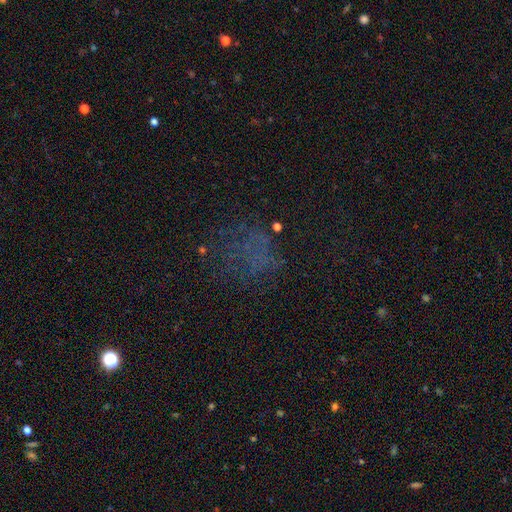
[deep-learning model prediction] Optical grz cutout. It shows a star or artifact, not a galaxy (41%).